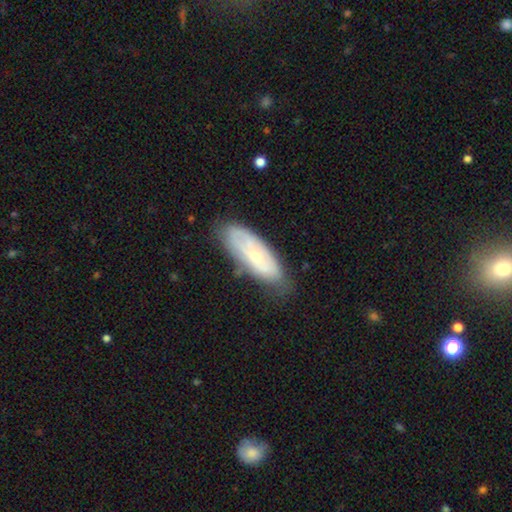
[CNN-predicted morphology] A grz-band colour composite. It shows a featured or disk galaxy (51%). Merging: none (67%).